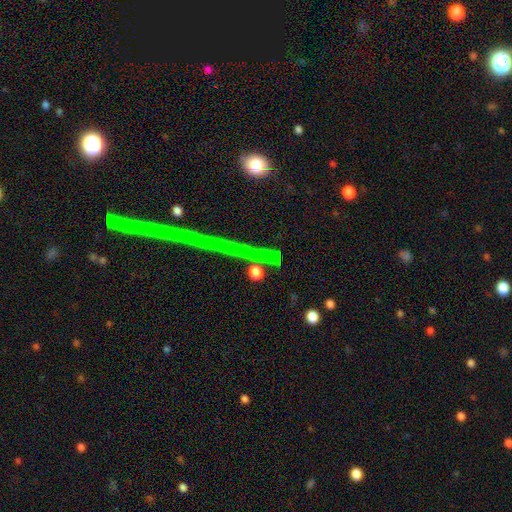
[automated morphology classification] This appears to be a star or artifact, not a galaxy (63%).